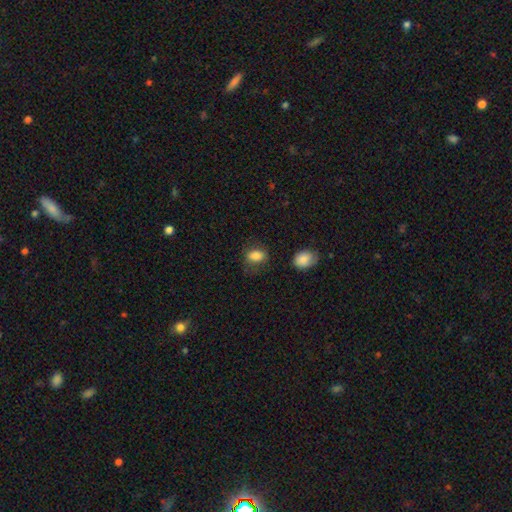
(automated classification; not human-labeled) Q: Smooth or featured?
A: smooth (84%); runner-up: star or artifact (9%)
Q: How rounded?
A: in between (75%); runner-up: round (23%)
Q: Merging?
A: none (70%); runner-up: minor disturbance (19%)